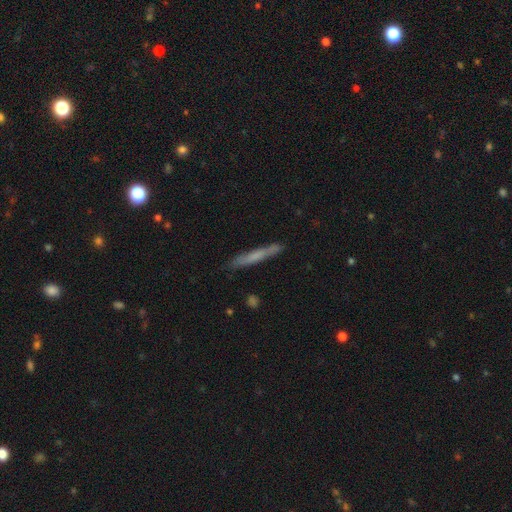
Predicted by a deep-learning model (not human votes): The model was most divided on "smooth or featured": smooth: 58%, featured or disk: 36%, star or artifact: 6%. More confident: how rounded — cigar-shaped (96%); merging — none (86%).